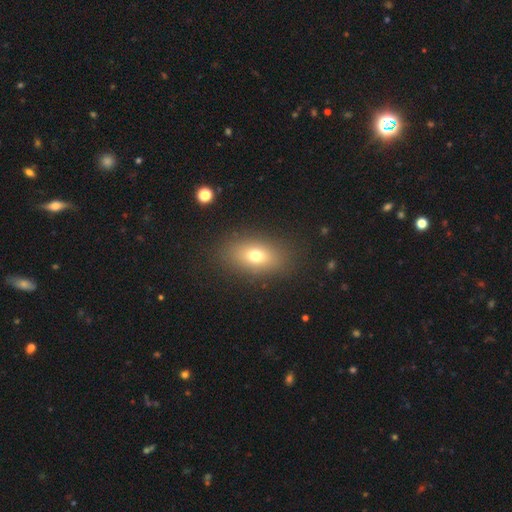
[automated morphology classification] smooth_or_featured: smooth (p=0.72) [alt: featured or disk p=0.15]
how_rounded: in between (p=0.80) [alt: round p=0.16]
merging: none (p=0.86) [alt: minor disturbance p=0.09]